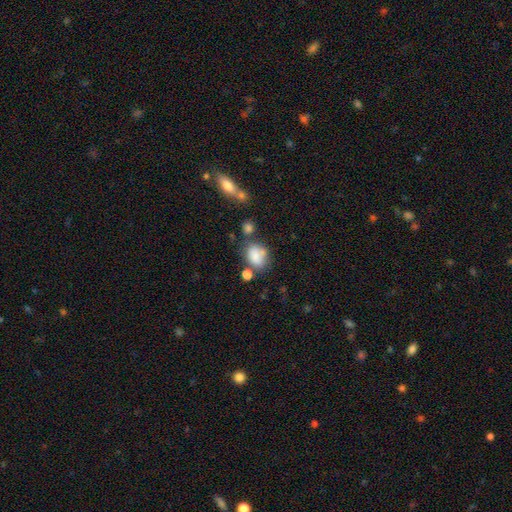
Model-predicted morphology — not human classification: smooth_or_featured: smooth (p=0.79) [alt: featured or disk p=0.11]
how_rounded: in between (p=0.64) [alt: round p=0.34]
merging: none (p=0.45) [alt: minor disturbance p=0.23]